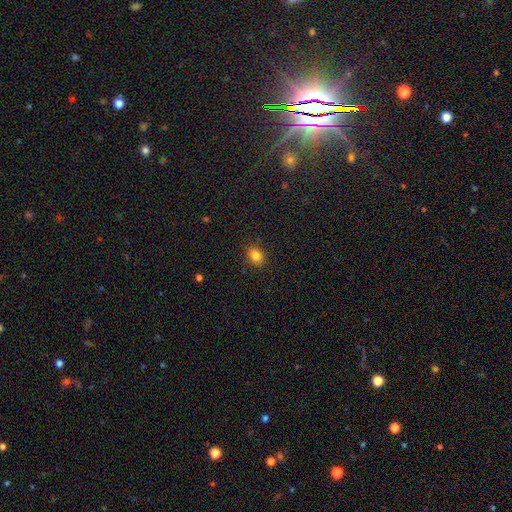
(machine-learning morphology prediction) Overall: smooth (83%). How rounded: round (53%; in between 46%). Merging: none (87%).